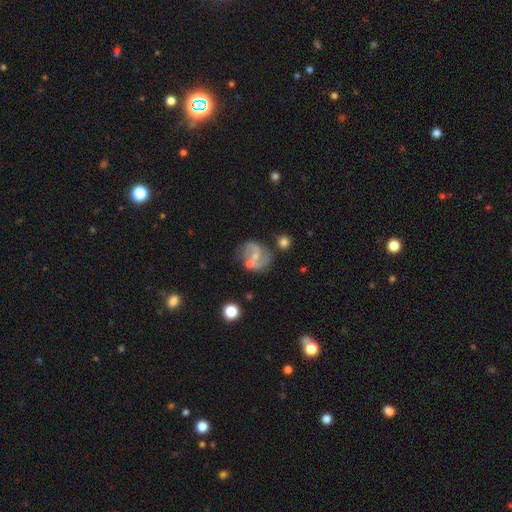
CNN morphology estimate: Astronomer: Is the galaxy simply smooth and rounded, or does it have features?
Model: featured or disk — 75%.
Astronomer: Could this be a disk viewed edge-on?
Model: no — 98%.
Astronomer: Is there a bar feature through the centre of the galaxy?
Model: weak — 47% (runner-up: no, 38%).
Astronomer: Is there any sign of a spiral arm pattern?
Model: yes — 90%.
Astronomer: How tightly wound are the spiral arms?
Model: medium — 51% (runner-up: loose, 33%).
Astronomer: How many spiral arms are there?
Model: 2 — 87%.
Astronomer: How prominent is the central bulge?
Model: small — 58%.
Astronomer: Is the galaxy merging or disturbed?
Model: none — 55%.